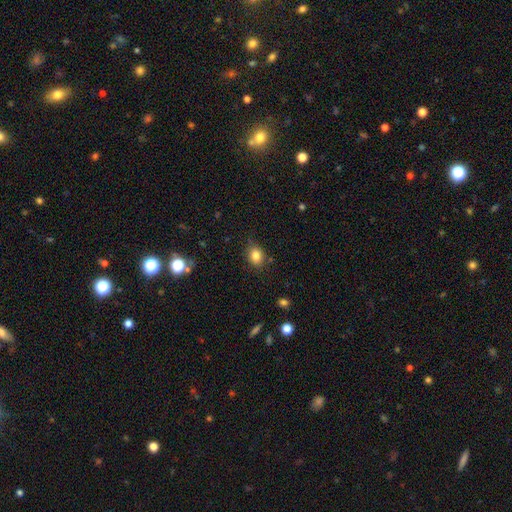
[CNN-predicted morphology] Overall: smooth (82%). How rounded: in between (51%; round 48%). Merging: none (80%).